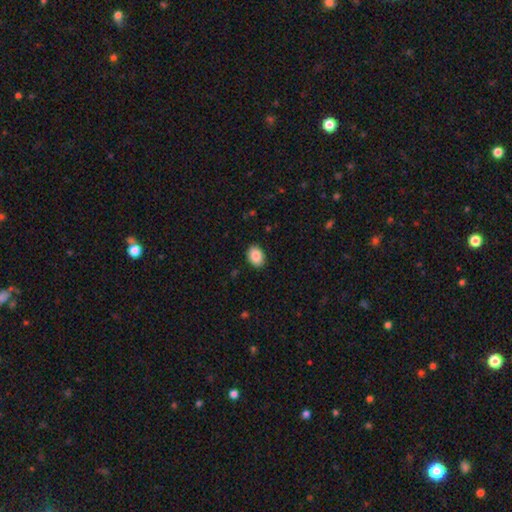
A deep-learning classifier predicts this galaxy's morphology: smooth-or-featured: smooth: 88% | star or artifact: 7% | featured or disk: 5%
  how-rounded: in between: 75% | round: 24% | cigar-shaped: 1%
  merging: none: 90% | minor disturbance: 7% | major disturbance: 2% | merger: 1%